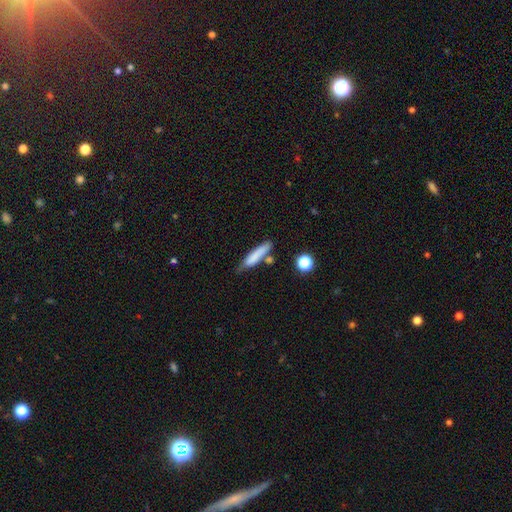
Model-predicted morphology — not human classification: Smooth or featured? smooth (76%)
How rounded? cigar-shaped (82%)
Merging? none (60%)